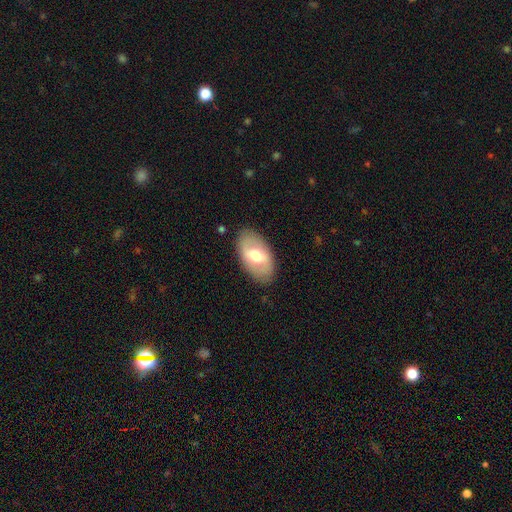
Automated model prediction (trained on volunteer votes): Smooth or featured? smooth (50%)
Merging? none (85%)